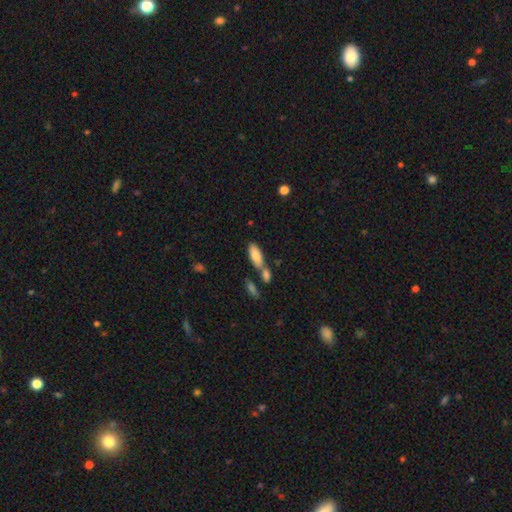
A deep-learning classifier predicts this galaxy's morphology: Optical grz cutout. It shows a smooth galaxy with no disk features (84%) that is in between round and cigar-shaped (80%). Merging: none (50%).